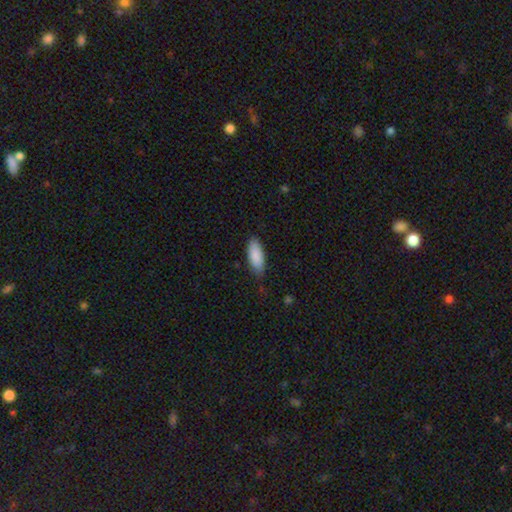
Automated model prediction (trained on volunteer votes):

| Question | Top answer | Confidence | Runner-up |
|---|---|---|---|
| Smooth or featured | smooth | 90% | star or artifact (5%) |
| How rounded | in between | 81% | cigar-shaped (17%) |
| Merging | none | 81% | minor disturbance (15%) |